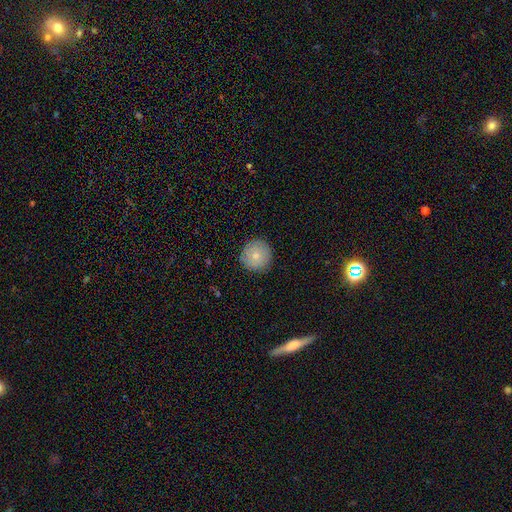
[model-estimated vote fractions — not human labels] smooth-or-featured: smooth: 76% | featured or disk: 16% | star or artifact: 8%
  how-rounded: round: 95% | in between: 4% | cigar-shaped: 1%
  merging: none: 89% | minor disturbance: 8% | major disturbance: 2% | merger: 1%